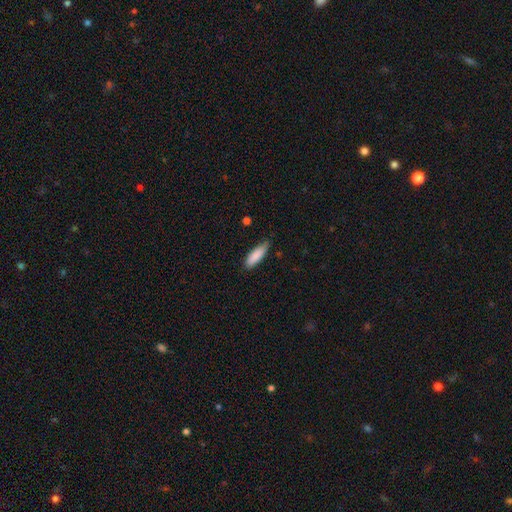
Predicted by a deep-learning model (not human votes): smooth-or-featured: smooth: 86% | featured or disk: 8% | star or artifact: 6%
  how-rounded: in between: 53% | cigar-shaped: 45% | round: 2%
  merging: none: 71% | minor disturbance: 25% | major disturbance: 3% | merger: 1%